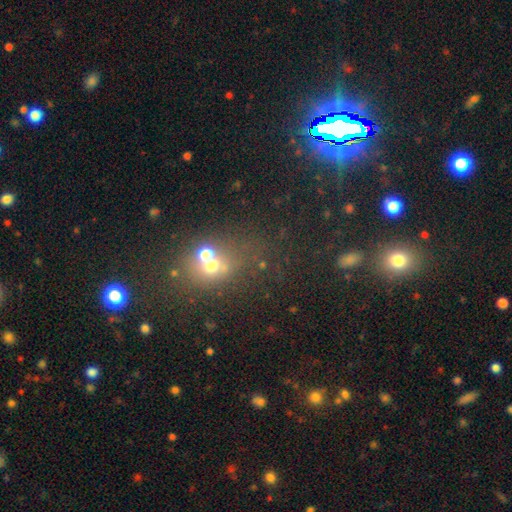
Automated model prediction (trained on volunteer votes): Morphology: type=star or artifact (48%).